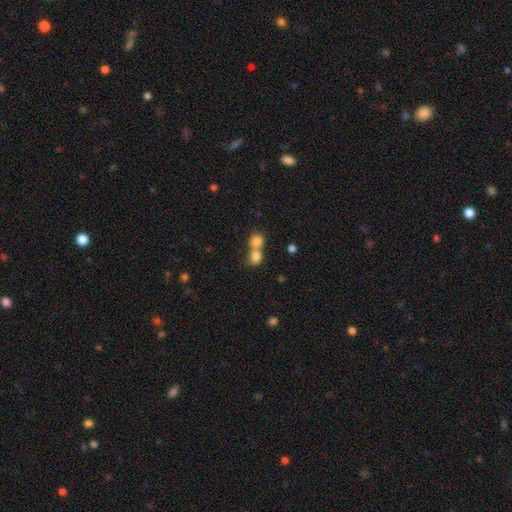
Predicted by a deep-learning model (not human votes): smooth-or-featured: smooth: 80% | star or artifact: 10% | featured or disk: 10%
  how-rounded: round: 67% | in between: 32% | cigar-shaped: 1%
  merging: merger: 64% | none: 28% | minor disturbance: 5% | major disturbance: 3%